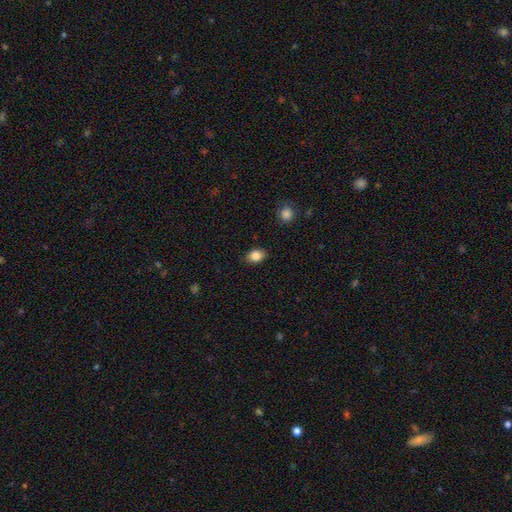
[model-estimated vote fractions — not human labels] This is clearly a smooth galaxy (85%). How rounded: likely in between (66%). Merging: clearly none (87%).